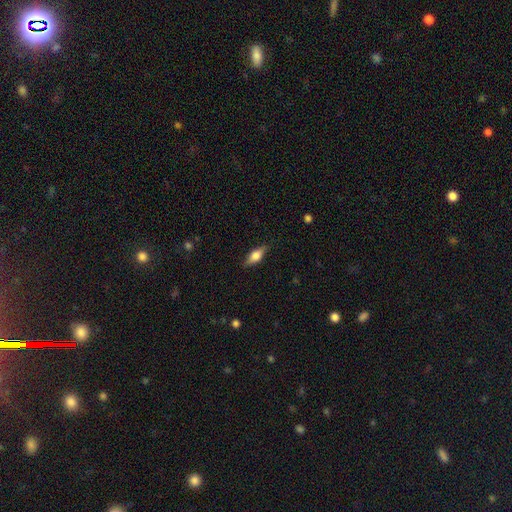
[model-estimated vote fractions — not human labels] smooth 63%, featured or disk 30%, star or artifact 7%. Down the decision tree: how rounded — in between (73%); merging — none (84%).